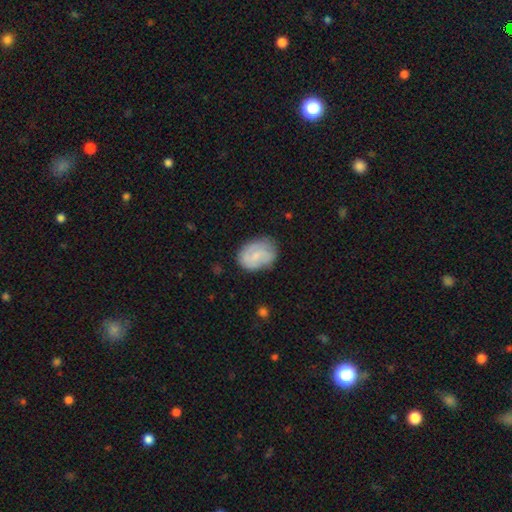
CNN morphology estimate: A smooth galaxy with no disk features (52%) that is in between round and cigar-shaped (68%). Merging: none (67%).